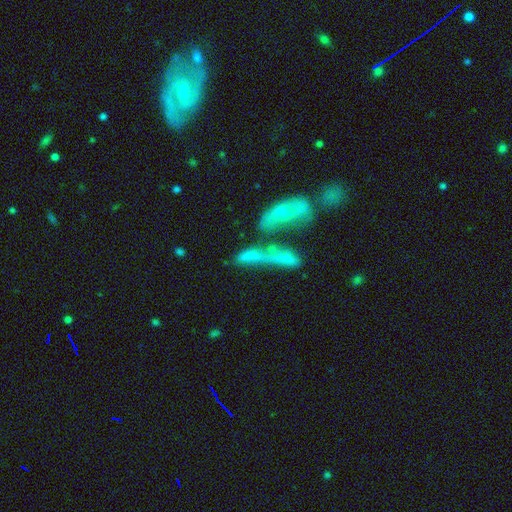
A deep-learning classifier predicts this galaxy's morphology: smooth-or-featured: smooth: 50% | featured or disk: 35% | star or artifact: 15%
  merging: merger: 56% | none: 22% | major disturbance: 12% | minor disturbance: 10%